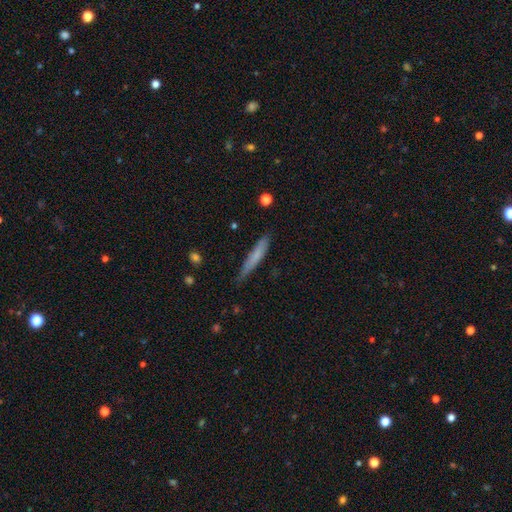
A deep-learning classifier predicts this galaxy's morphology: Smooth or featured? smooth (68%)
How rounded? cigar-shaped (93%)
Merging? none (76%)